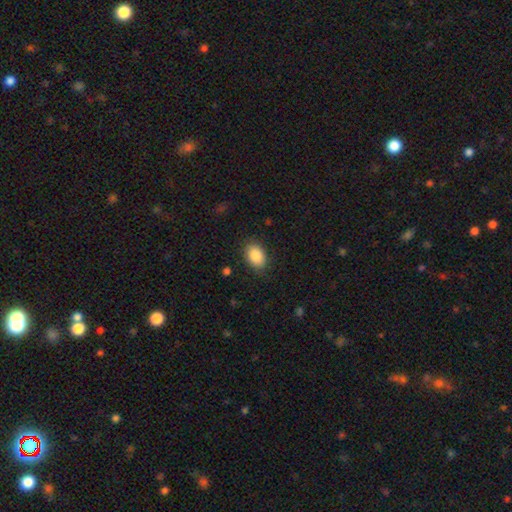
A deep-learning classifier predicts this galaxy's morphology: Smooth or featured: smooth — 87% (star or artifact — 7%)
How rounded: in between — 85% (round — 14%)
Merging: none — 85% (minor disturbance — 11%)